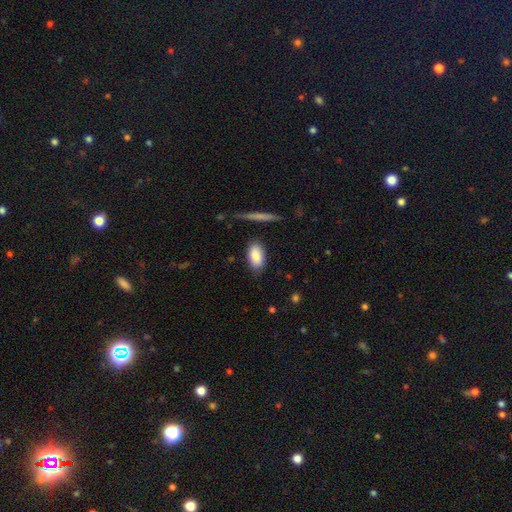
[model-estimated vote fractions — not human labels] smooth-or-featured: smooth: 87% | featured or disk: 7% | star or artifact: 6%
  how-rounded: in between: 92% | cigar-shaped: 4% | round: 4%
  merging: none: 80% | minor disturbance: 14% | major disturbance: 3% | merger: 2%